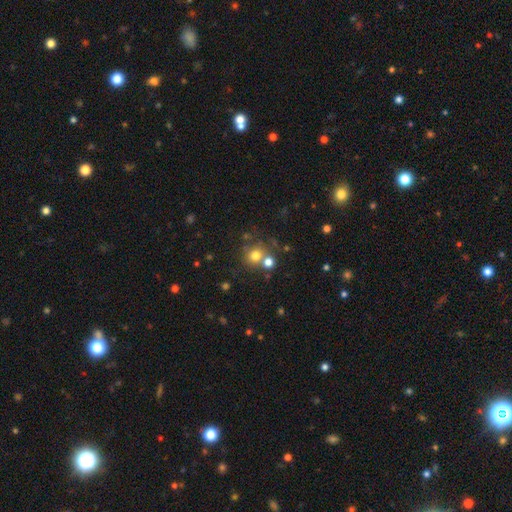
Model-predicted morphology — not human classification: A smooth galaxy with no disk features (73%) that is round (86%).

Vote fractions:
- Smooth or featured? smooth: 73% / star or artifact: 16% / featured or disk: 11%
- How rounded? round: 86% / in between: 13% / cigar-shaped: 1%
- Merging? none: 59% / merger: 27% / minor disturbance: 10% / major disturbance: 5%